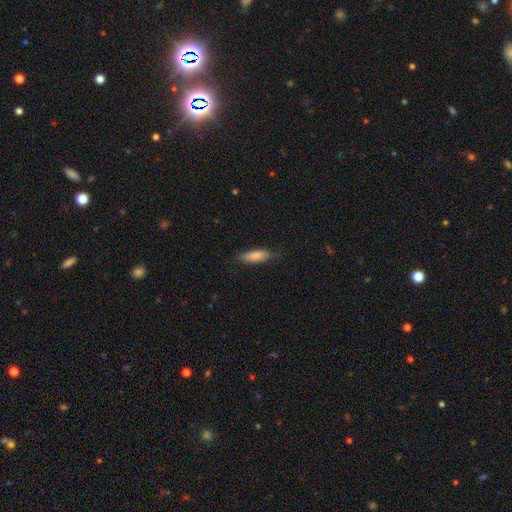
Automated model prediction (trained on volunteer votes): smooth-or-featured: smooth: 82% | featured or disk: 12% | star or artifact: 6%
  how-rounded: in between: 51% | cigar-shaped: 47% | round: 2%
  merging: none: 76% | minor disturbance: 19% | major disturbance: 4% | merger: 1%